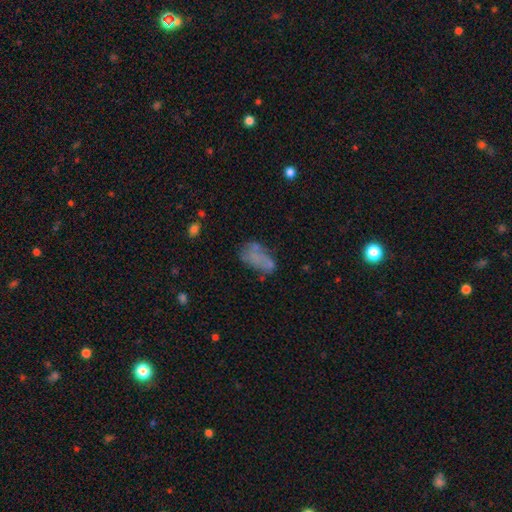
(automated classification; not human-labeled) Smooth or featured? Predicted: smooth (p=0.59). How rounded? Predicted: in between (p=0.91). Merging? Predicted: none (p=0.39).